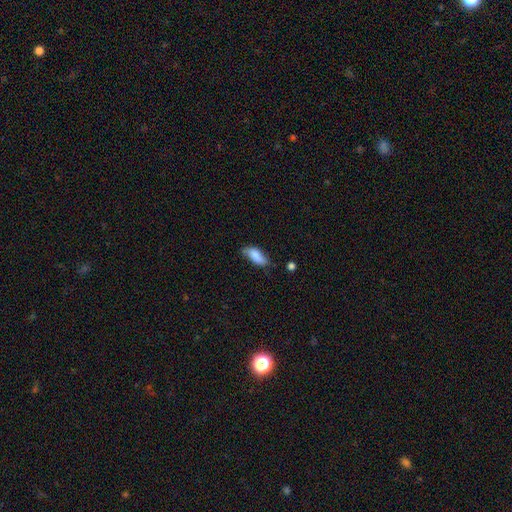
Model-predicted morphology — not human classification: Smooth or featured?
  - smooth: 80% *
  - featured or disk: 13%
  - star or artifact: 7%
How rounded?
  - in between: 82% *
  - cigar-shaped: 16%
  - round: 2%
Merging?
  - none: 55% *
  - minor disturbance: 33%
  - major disturbance: 8%
  - merger: 4%